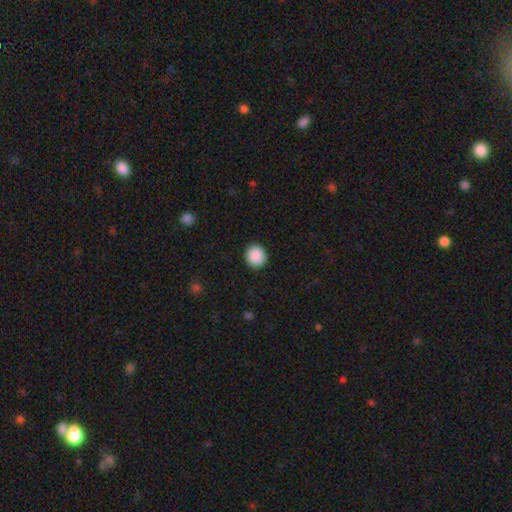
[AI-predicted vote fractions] Q: Smooth or featured?
A: smooth (90%); runner-up: star or artifact (8%)
Q: How rounded?
A: round (87%); runner-up: in between (12%)
Q: Merging?
A: none (92%); runner-up: minor disturbance (6%)